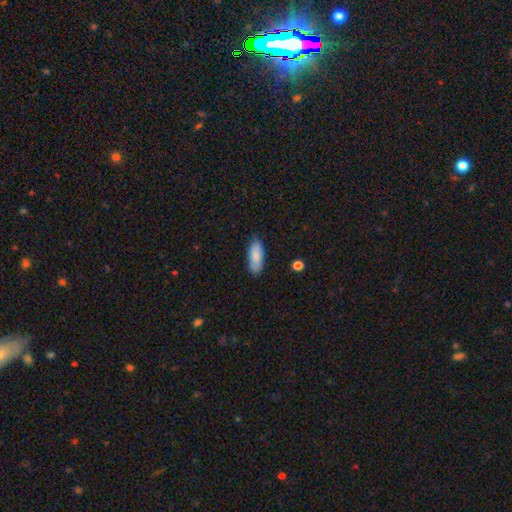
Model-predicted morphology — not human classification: Smooth or featured? smooth (85%)
How rounded? in between (82%)
Merging? none (81%)